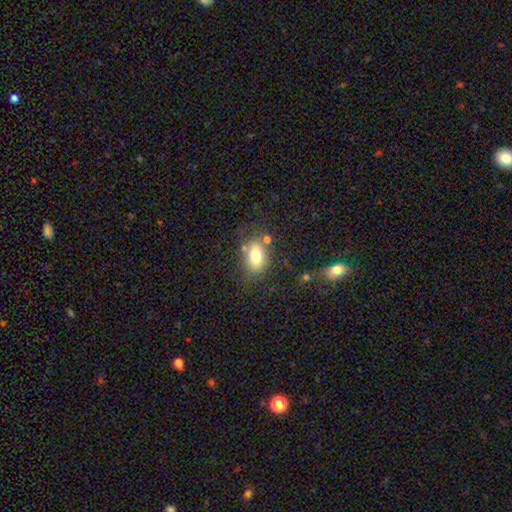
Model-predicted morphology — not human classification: This is likely a smooth galaxy (76%). How rounded: clearly in between (85%). Merging: likely none (71%).